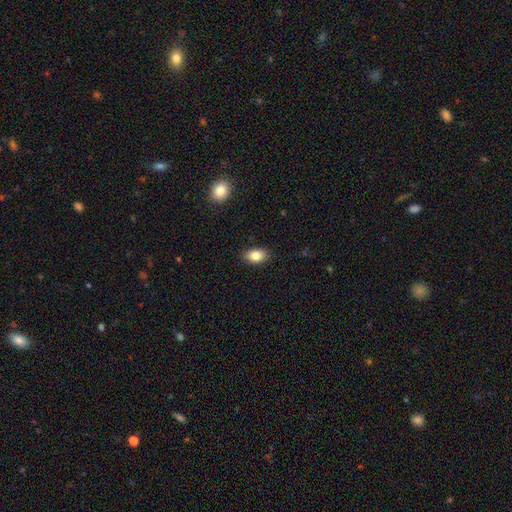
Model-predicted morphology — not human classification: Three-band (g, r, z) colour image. It shows a smooth galaxy with no disk features (83%) that is in between round and cigar-shaped (89%). Merging: none (89%).